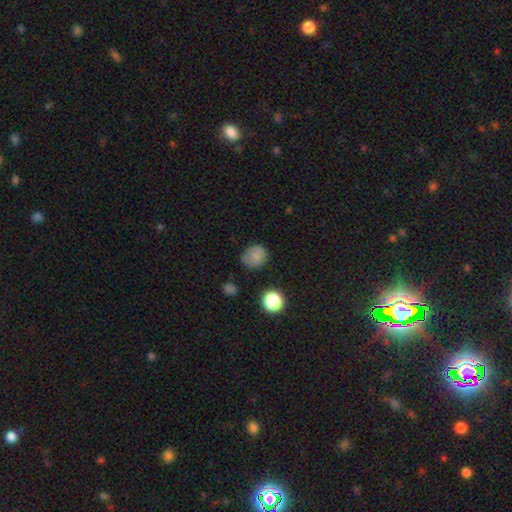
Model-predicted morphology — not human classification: Smooth or featured: smooth — 78% (star or artifact — 13%)
How rounded: round — 75% (in between — 25%)
Merging: none — 70% (minor disturbance — 21%)